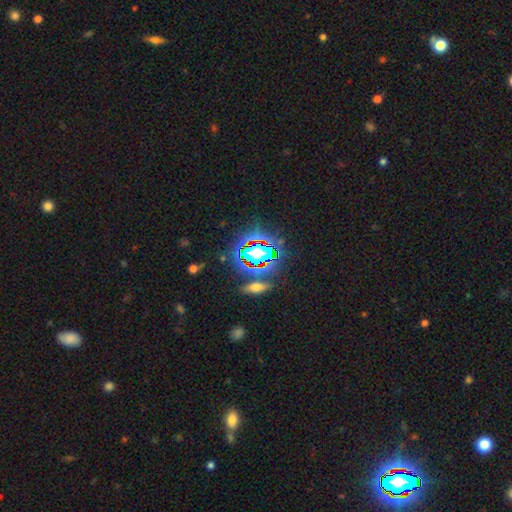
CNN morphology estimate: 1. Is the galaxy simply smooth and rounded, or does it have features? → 72% star or artifact, 16% smooth, 12% featured or disk.